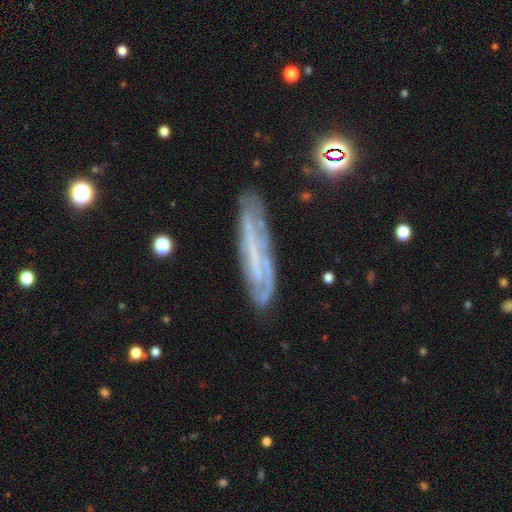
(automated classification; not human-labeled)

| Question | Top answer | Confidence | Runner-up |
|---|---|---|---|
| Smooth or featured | featured or disk | 67% | smooth (22%) |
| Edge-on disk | no | 54% | yes (46%) |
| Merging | none | 71% | minor disturbance (19%) |